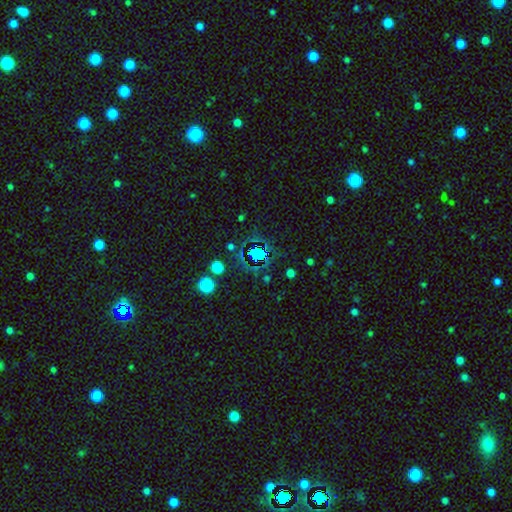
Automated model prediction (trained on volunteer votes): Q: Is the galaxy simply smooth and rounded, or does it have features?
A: star or artifact — 61%.